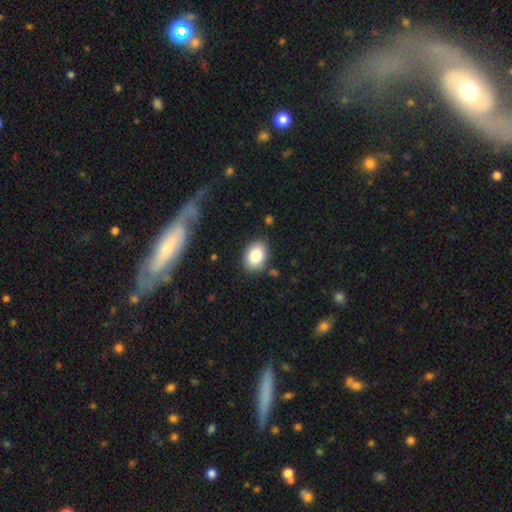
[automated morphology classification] Smooth or featured?
  - smooth: 84% *
  - featured or disk: 8%
  - star or artifact: 8%
How rounded?
  - in between: 79% *
  - round: 20%
  - cigar-shaped: 1%
Merging?
  - none: 84% *
  - minor disturbance: 11%
  - merger: 3%
  - major disturbance: 3%